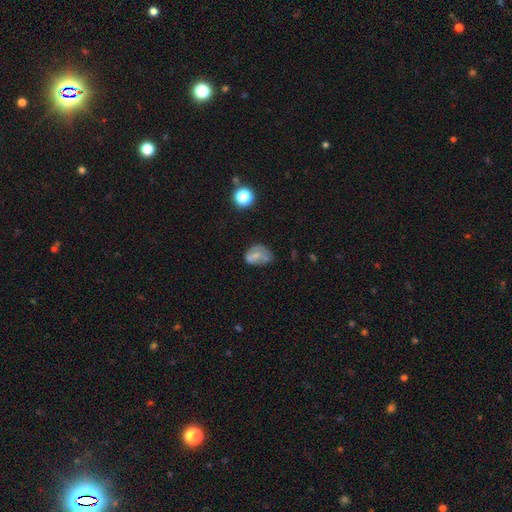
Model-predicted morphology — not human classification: This appears to be a smooth galaxy with no disk features (53%) that is in between round and cigar-shaped (70%). Merging: none (35%).